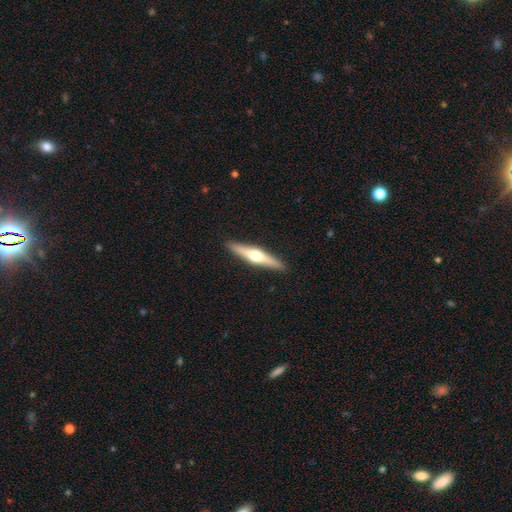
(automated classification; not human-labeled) smooth_or_featured: featured or disk (p=0.61) [alt: smooth p=0.34]
disk_edge_on: yes (p=0.96) [alt: no p=0.04]
edge_on_bulge: rounded (p=0.94) [alt: none p=0.03]
merging: none (p=0.91) [alt: minor disturbance p=0.06]